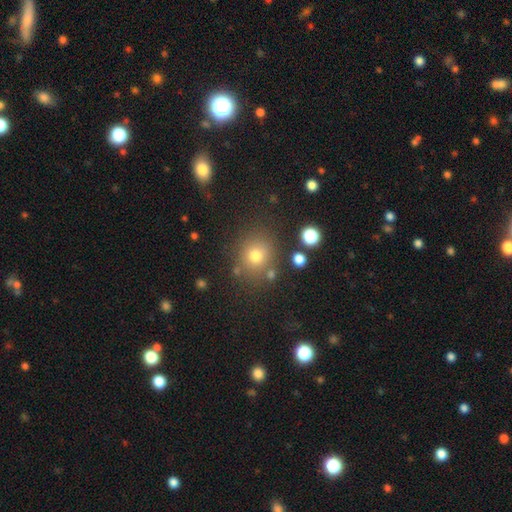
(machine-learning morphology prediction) type=smooth (73%); roundness=round (82%); merging=none (79%).